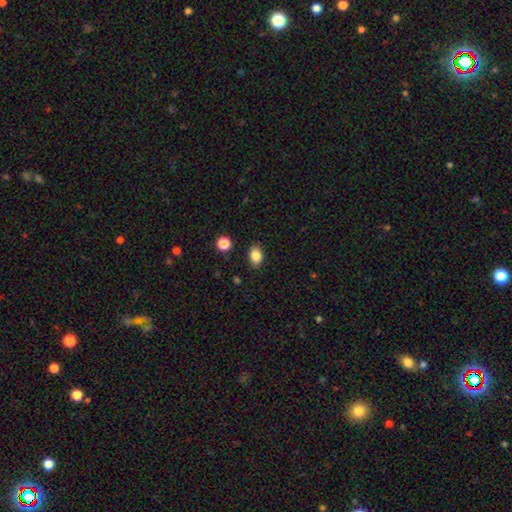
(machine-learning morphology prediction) Overall: smooth (85%). How rounded: in between (79%). Merging: none (86%).